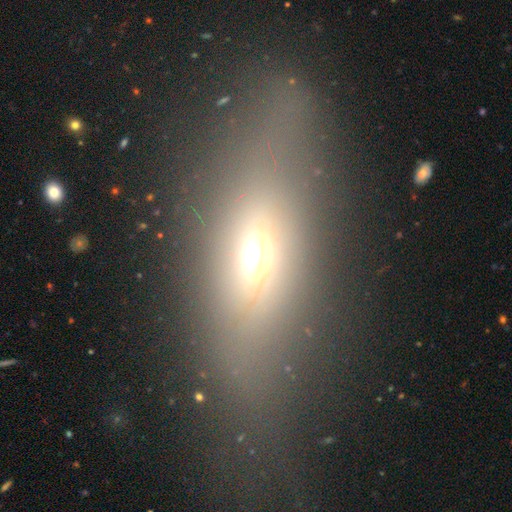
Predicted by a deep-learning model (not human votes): Smooth or featured: smooth — 50% (featured or disk — 33%)
Merging: none — 63% (minor disturbance — 18%)